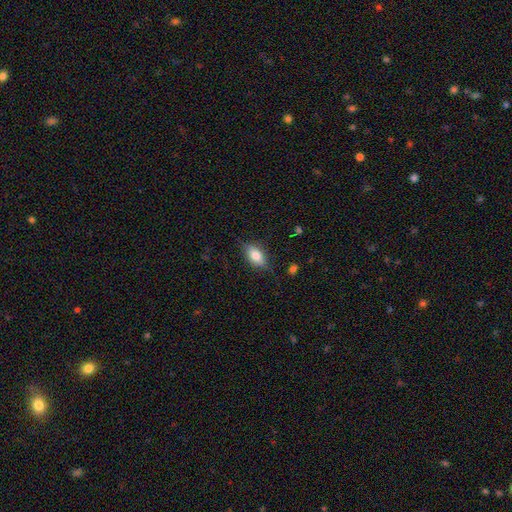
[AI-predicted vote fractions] smooth 74%, featured or disk 18%, star or artifact 7%. Down the decision tree: how rounded — in between (85%); merging — none (76%).